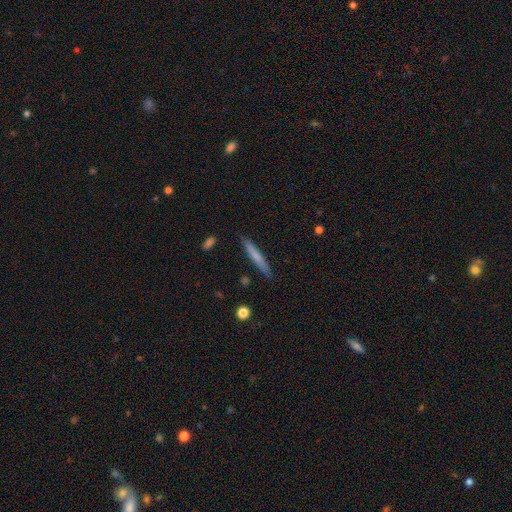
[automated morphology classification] This is likely a smooth galaxy (66%). How rounded: clearly cigar-shaped (96%). Merging: clearly none (89%).